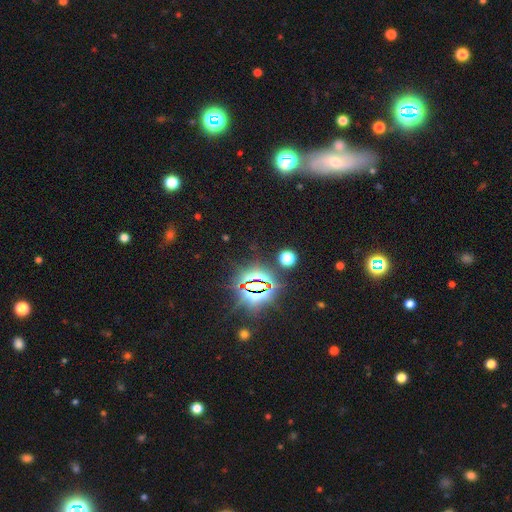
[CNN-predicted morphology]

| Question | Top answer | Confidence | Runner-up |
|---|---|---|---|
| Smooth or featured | star or artifact | 73% | smooth (16%) |